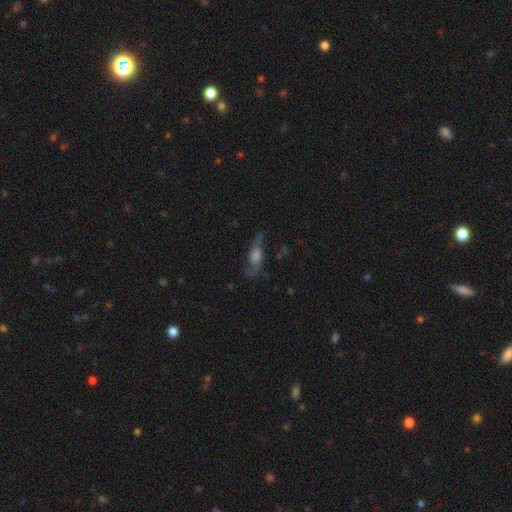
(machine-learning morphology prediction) Smooth or featured? featured or disk (64%)
Edge-on disk? no (59%)
Merging? none (67%)